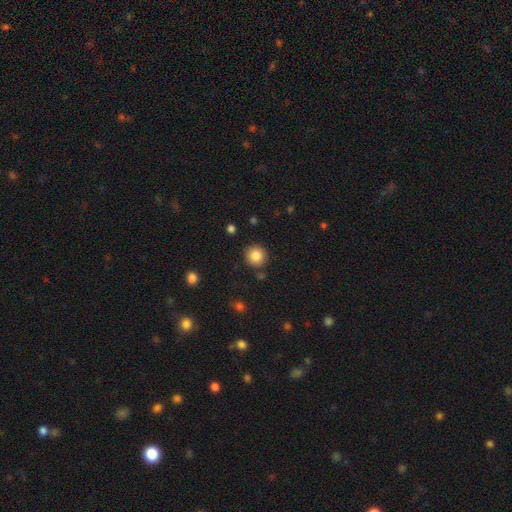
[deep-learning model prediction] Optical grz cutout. It shows a smooth galaxy with no disk features (85%) that is round (94%). Merging: none (89%).